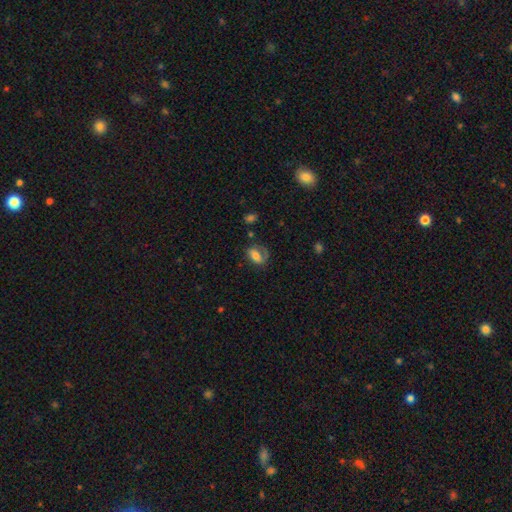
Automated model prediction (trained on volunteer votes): smooth-or-featured: smooth: 51% | featured or disk: 40% | star or artifact: 9%
  how-rounded: in between: 83% | round: 15% | cigar-shaped: 3%
  merging: none: 50% | major disturbance: 24% | minor disturbance: 23% | merger: 3%